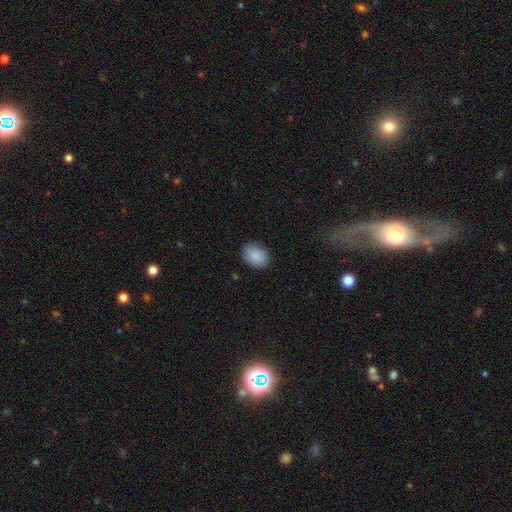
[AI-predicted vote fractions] The model was most divided on "how rounded": in between: 66%, round: 33%, cigar-shaped: 1%. More confident: smooth or featured — smooth (88%); merging — none (85%).